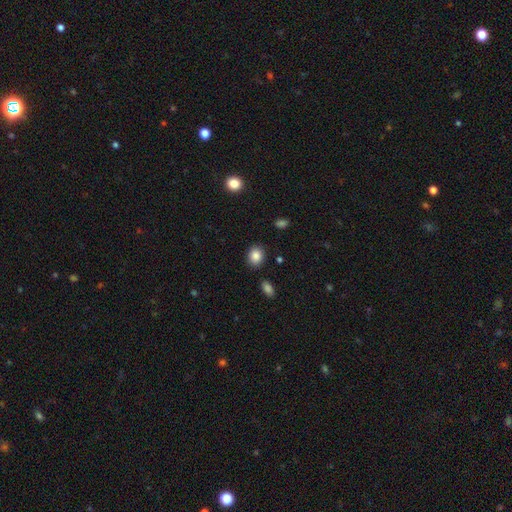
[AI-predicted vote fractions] This appears to be a smooth galaxy with no disk features (86%) that is round (51%). Merging: none (86%).